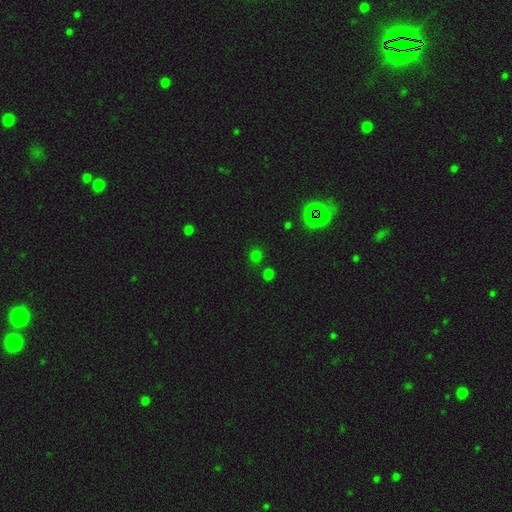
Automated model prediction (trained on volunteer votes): Morphology: type=smooth (63%); roundness=round (87%); merging=none (81%).